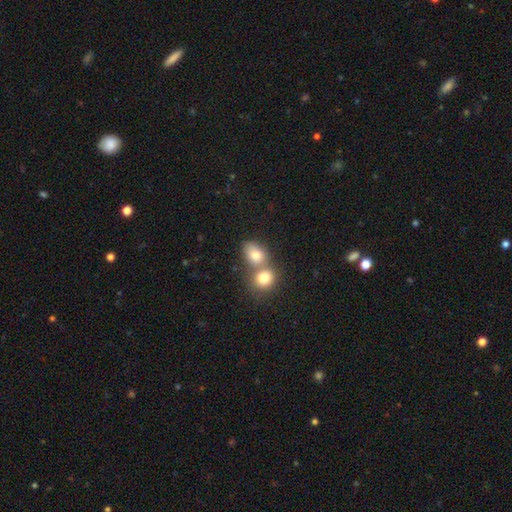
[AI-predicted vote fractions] smooth 76%, featured or disk 12%, star or artifact 11%. Down the decision tree: how rounded — in between (51%); merging — merger (57%).